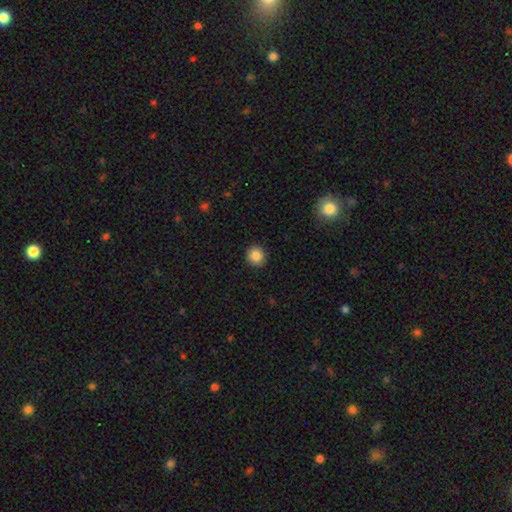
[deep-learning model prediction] Morphology: type=smooth (87%); roundness=round (88%); merging=none (91%).